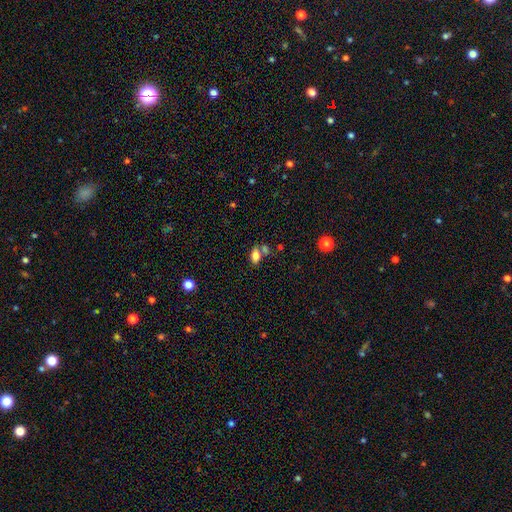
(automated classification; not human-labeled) Overall: smooth (79%). How rounded: in between (87%). Merging: none (54%; merger 27%).